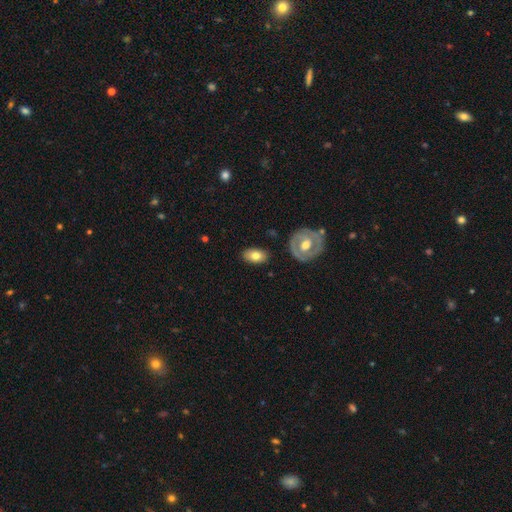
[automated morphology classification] Smooth or featured: smooth — 71% (featured or disk — 22%)
How rounded: in between — 89% (round — 9%)
Merging: none — 84% (minor disturbance — 11%)